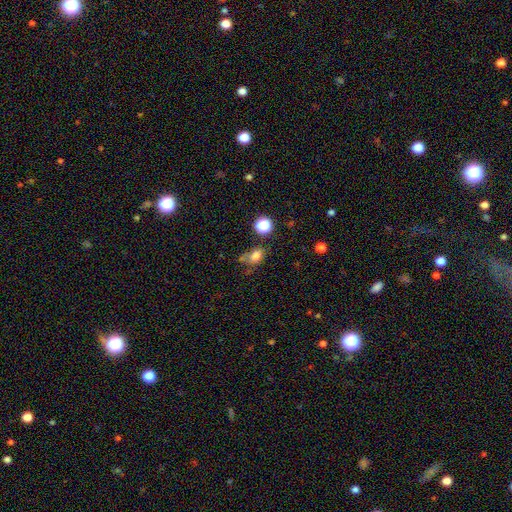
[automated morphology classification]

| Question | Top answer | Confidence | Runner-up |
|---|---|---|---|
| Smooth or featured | smooth | 75% | star or artifact (16%) |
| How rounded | in between | 67% | round (31%) |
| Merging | none | 52% | minor disturbance (23%) |